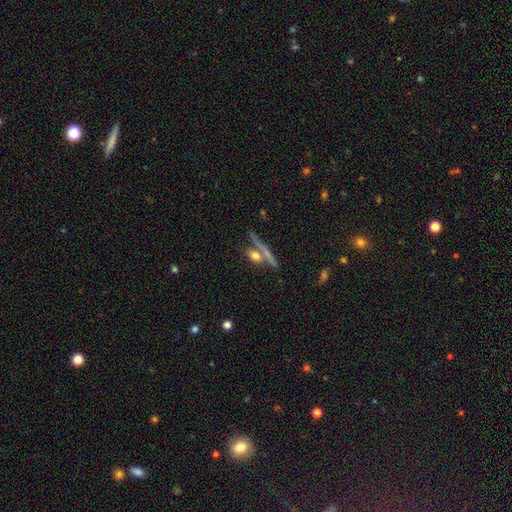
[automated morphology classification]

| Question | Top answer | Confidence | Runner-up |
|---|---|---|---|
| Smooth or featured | smooth | 61% | featured or disk (29%) |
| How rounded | cigar-shaped | 48% | in between (34%) |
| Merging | none | 53% | merger (31%) |